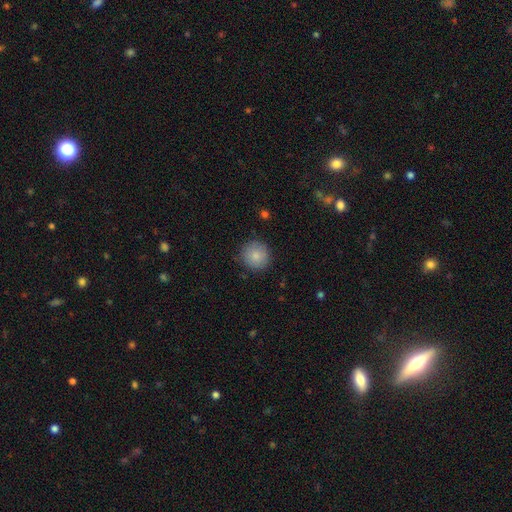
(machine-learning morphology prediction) A smooth galaxy with no disk features (85%) that is round (94%).

Vote fractions:
- Smooth or featured? smooth: 85% / star or artifact: 8% / featured or disk: 7%
- How rounded? round: 94% / in between: 5% / cigar-shaped: 1%
- Merging? none: 87% / minor disturbance: 10% / major disturbance: 2% / merger: 1%